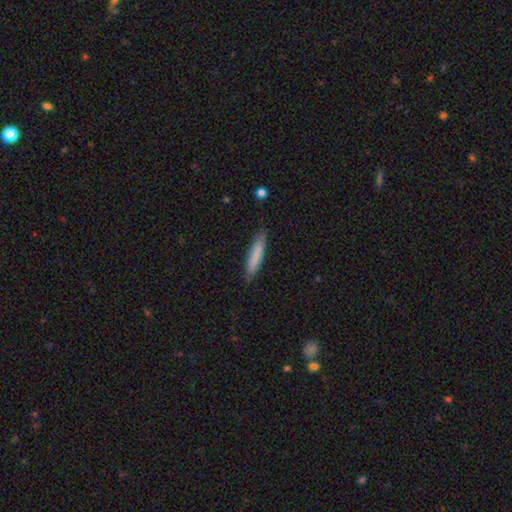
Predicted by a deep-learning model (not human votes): Smooth or featured?
  - smooth: 82% *
  - featured or disk: 12%
  - star or artifact: 6%
How rounded?
  - cigar-shaped: 84% *
  - in between: 15%
  - round: 1%
Merging?
  - none: 84% *
  - minor disturbance: 13%
  - major disturbance: 2%
  - merger: 1%